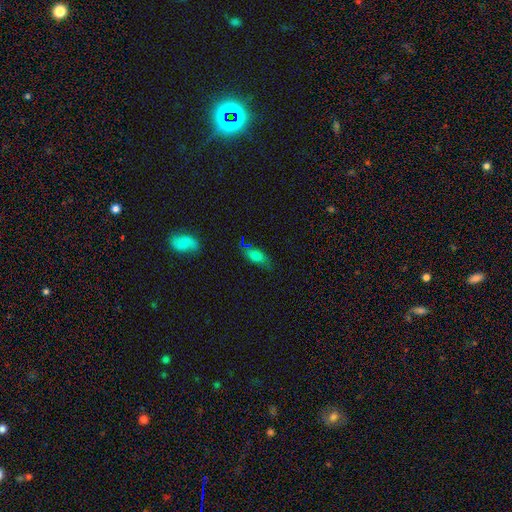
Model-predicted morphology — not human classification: Smooth or featured? smooth (72%)
How rounded? in between (82%)
Merging? none (68%)